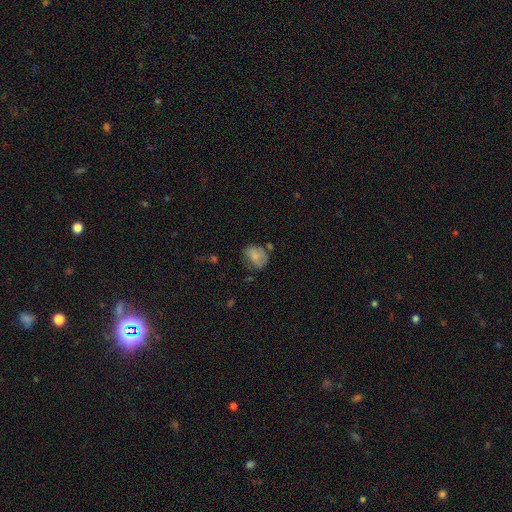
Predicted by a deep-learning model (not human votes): smooth 72%, featured or disk 19%, star or artifact 9%. Down the decision tree: how rounded — in between (51%); merging — none (52%).